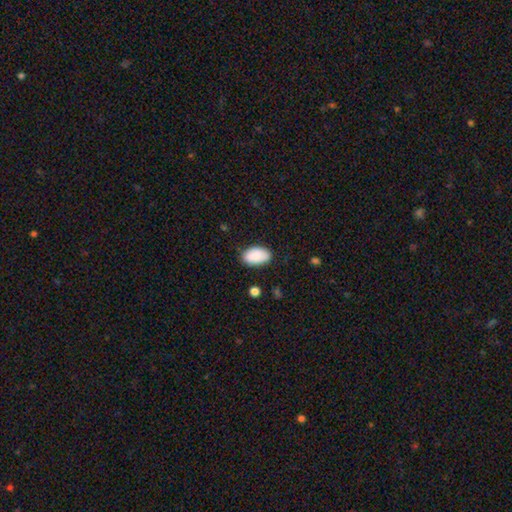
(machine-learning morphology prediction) The model was most divided on "merging": none: 81%, minor disturbance: 15%, major disturbance: 3%, merger: 2%. More confident: how rounded — in between (94%); smooth or featured — smooth (89%).